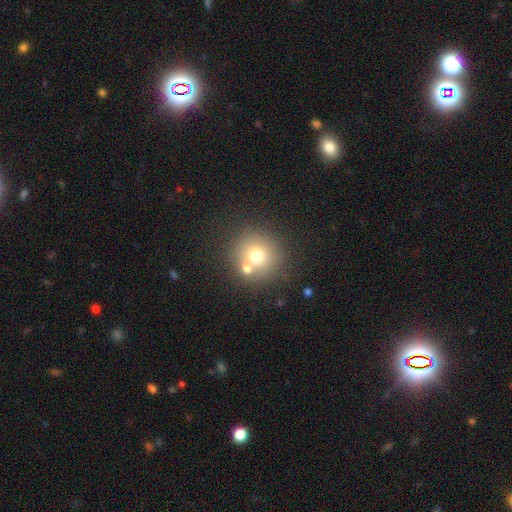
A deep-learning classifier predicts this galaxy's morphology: A smooth galaxy with no disk features (69%) that is round (91%). Merging: none (61%).